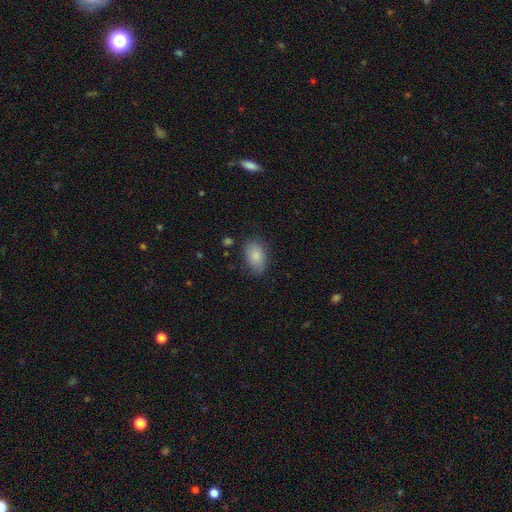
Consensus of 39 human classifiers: smooth_or_featured: smooth (p=0.97) [alt: star or artifact p=0.03]
how_rounded: in between (p=0.92) [alt: round p=0.08]
merging: none (p=0.79) [alt: minor disturbance p=0.13]